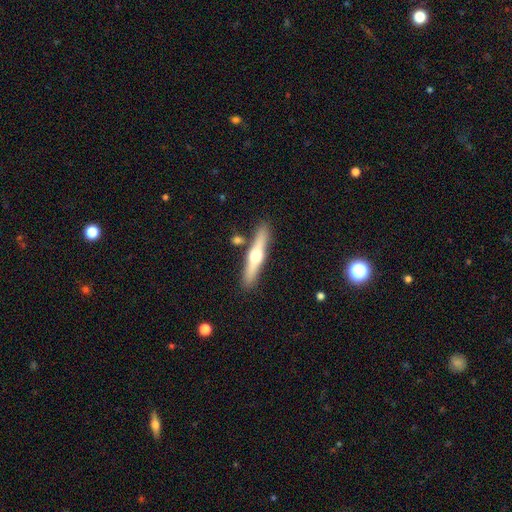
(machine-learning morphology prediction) Overall: featured or disk (56%; smooth 38%). Edge-on disk: yes (94%). Edge-on bulge: rounded (92%). Merging: none (82%).